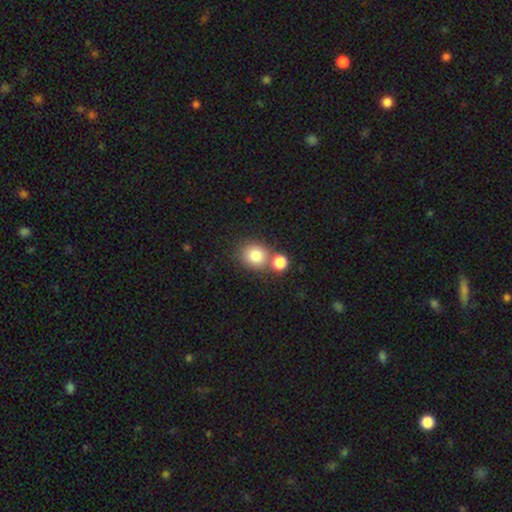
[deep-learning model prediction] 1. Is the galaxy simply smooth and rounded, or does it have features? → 82% smooth, 10% star or artifact, 8% featured or disk.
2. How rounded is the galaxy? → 76% round, 23% in between, 1% cigar-shaped.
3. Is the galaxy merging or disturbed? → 53% none, 34% merger, 9% minor disturbance, 3% major disturbance.